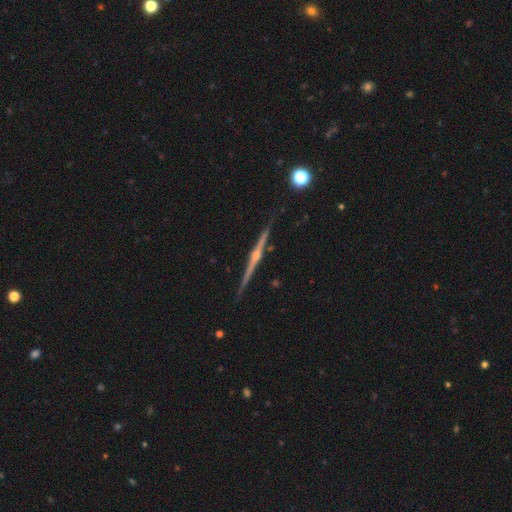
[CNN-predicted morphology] This is likely a featured or disk galaxy (79%). It is clearly viewed edge-on (97%). Edge-on bulge: likely rounded (72%). Merging: clearly none (87%).